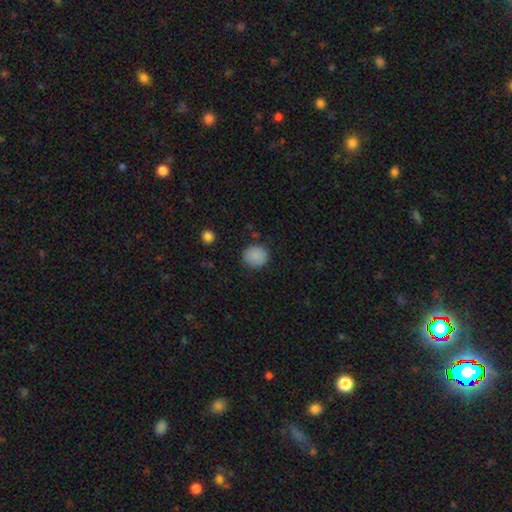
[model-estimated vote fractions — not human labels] This is clearly a smooth galaxy (87%). How rounded: clearly round (85%). Merging: clearly none (86%).